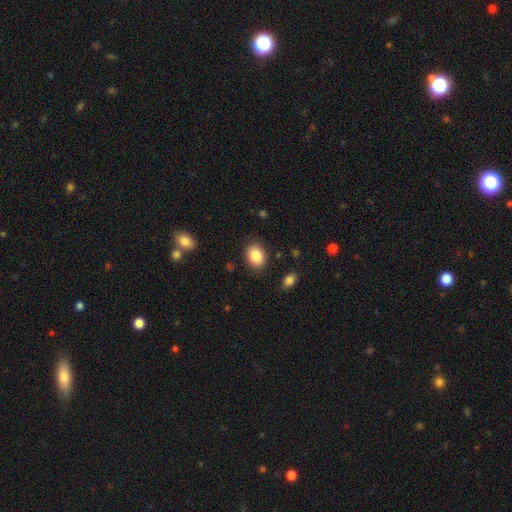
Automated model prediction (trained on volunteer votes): Smooth or featured?
  - smooth: 88% *
  - star or artifact: 8%
  - featured or disk: 4%
How rounded?
  - in between: 55% *
  - round: 44%
  - cigar-shaped: 1%
Merging?
  - none: 85% *
  - minor disturbance: 10%
  - major disturbance: 3%
  - merger: 2%